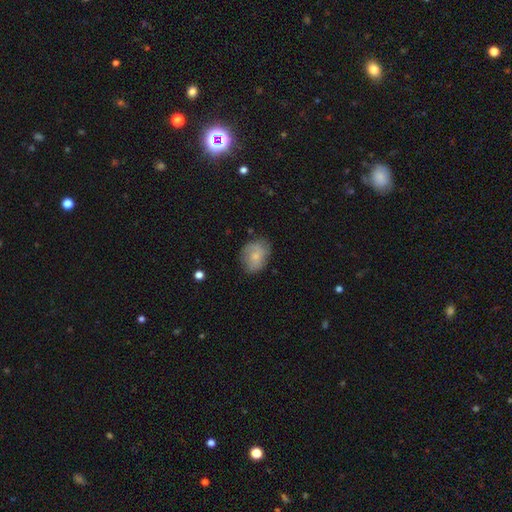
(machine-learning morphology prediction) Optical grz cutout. It shows a smooth galaxy with no disk features (65%) that is in between round and cigar-shaped (67%). Merging: none (65%).